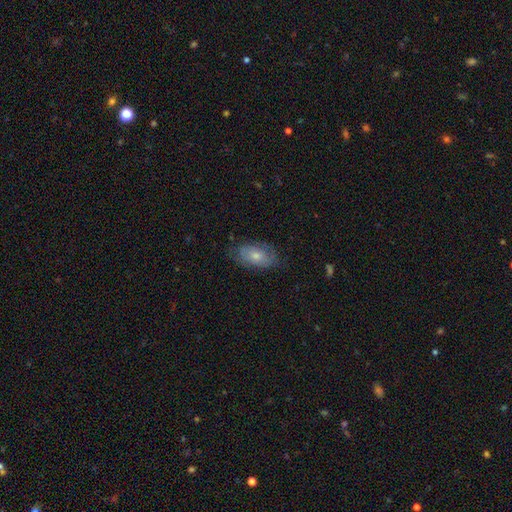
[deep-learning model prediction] smooth_or_featured: smooth (p=0.57) [alt: featured or disk p=0.36]
how_rounded: in between (p=0.91) [alt: round p=0.07]
merging: none (p=0.71) [alt: minor disturbance p=0.22]